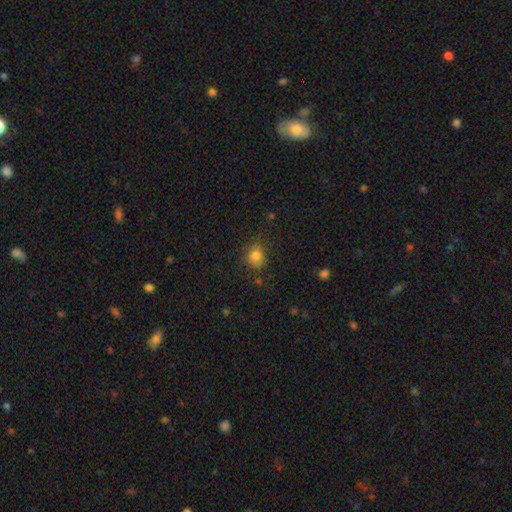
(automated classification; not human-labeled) Smooth or featured: smooth — 80% (star or artifact — 13%)
How rounded: round — 73% (in between — 26%)
Merging: none — 79% (minor disturbance — 15%)